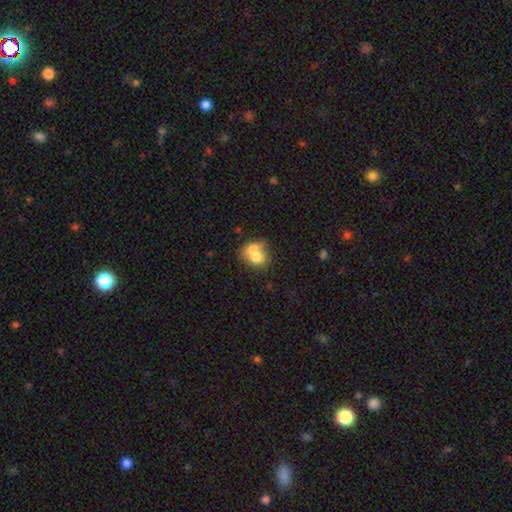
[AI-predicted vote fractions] A smooth galaxy with no disk features (72%) that is round (54%). Merging: merger (60%).